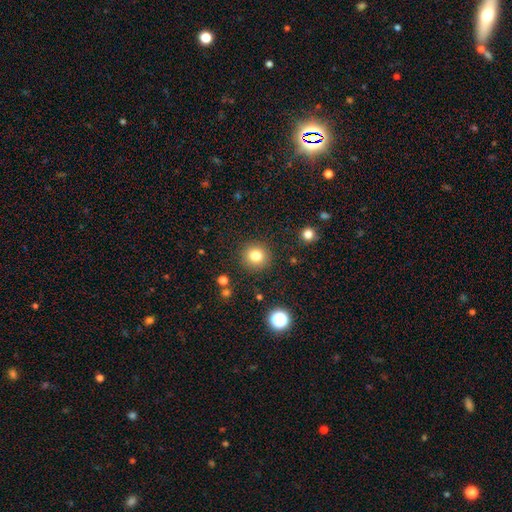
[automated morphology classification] The model was most divided on "smooth or featured": smooth: 80%, star or artifact: 13%, featured or disk: 8%. More confident: how rounded — round (93%); merging — none (89%).